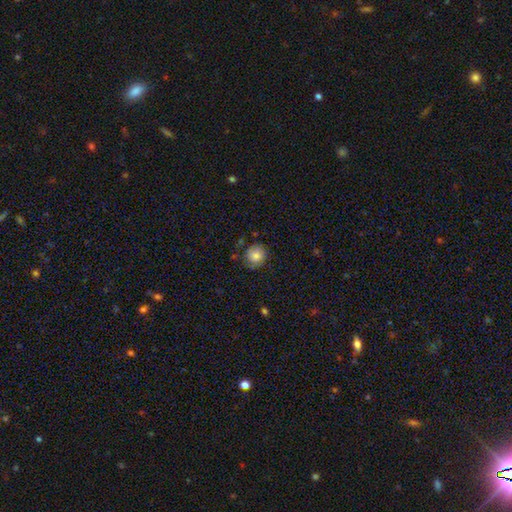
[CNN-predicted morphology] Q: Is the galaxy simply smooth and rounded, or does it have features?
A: smooth — 83%.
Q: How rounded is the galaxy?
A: round — 88%.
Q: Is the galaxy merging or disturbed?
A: none — 77%.